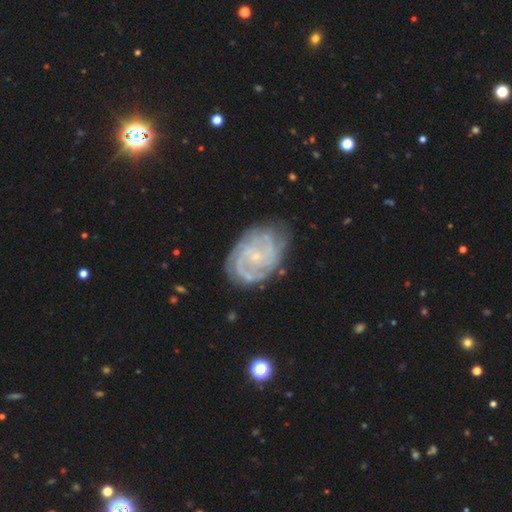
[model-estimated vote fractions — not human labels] Smooth or featured? featured or disk (83%)
Edge-on disk? no (97%)
Bar? no (69%)
Spiral arms? yes (95%)
Spiral winding? tight (66%)
Spiral arm count? can't tell (31%)
Bulge size? small (79%)
Merging? none (74%)